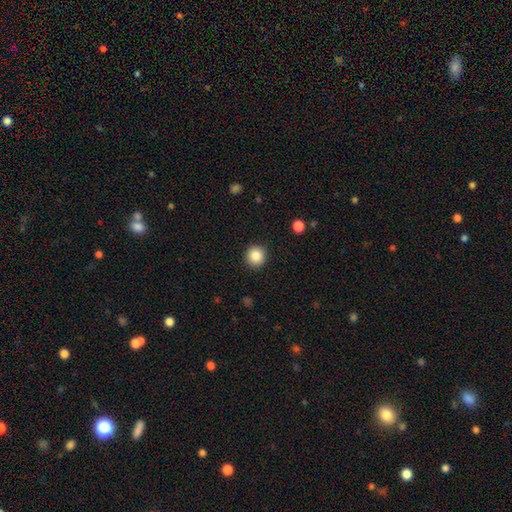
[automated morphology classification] smooth_or_featured: smooth (p=0.86) [alt: star or artifact p=0.10]
how_rounded: round (p=0.92) [alt: in between p=0.07]
merging: none (p=0.91) [alt: minor disturbance p=0.06]